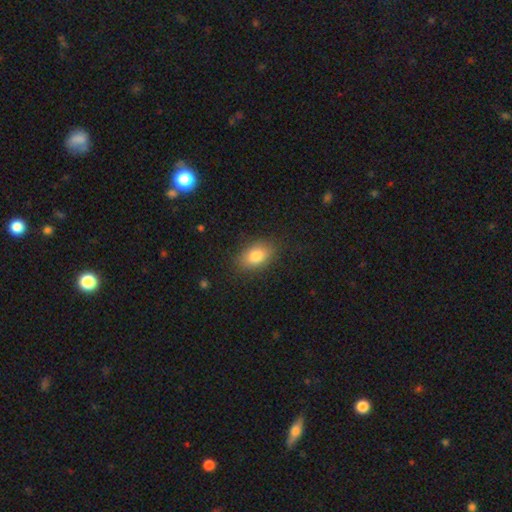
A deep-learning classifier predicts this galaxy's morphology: This is clearly a smooth galaxy (81%). How rounded: clearly in between (87%). Merging: clearly none (84%).